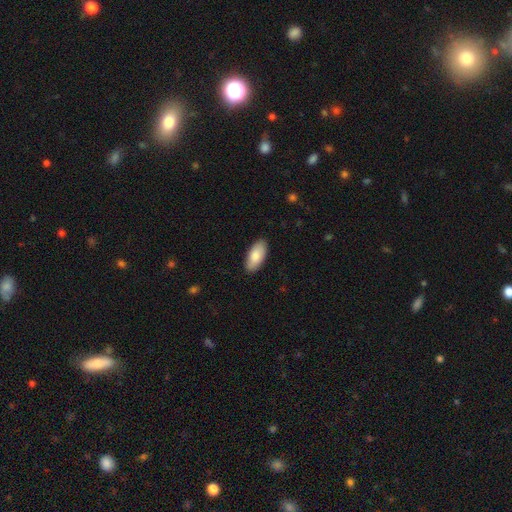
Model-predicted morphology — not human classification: Smooth or featured: smooth — 83% (featured or disk — 11%)
How rounded: in between — 92% (cigar-shaped — 6%)
Merging: none — 88% (minor disturbance — 9%)